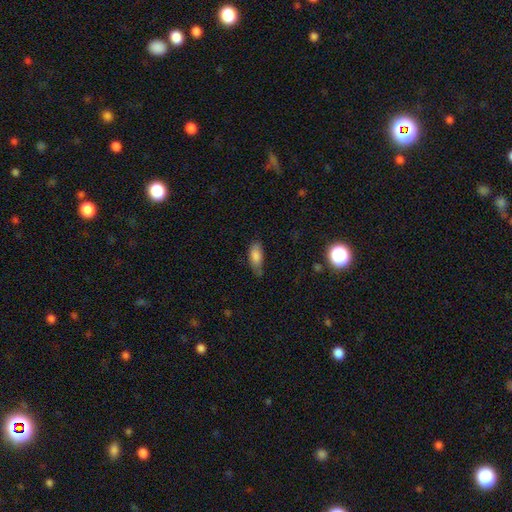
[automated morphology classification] A smooth galaxy with no disk features (81%) that is in between round and cigar-shaped (80%). Merging: none (51%).